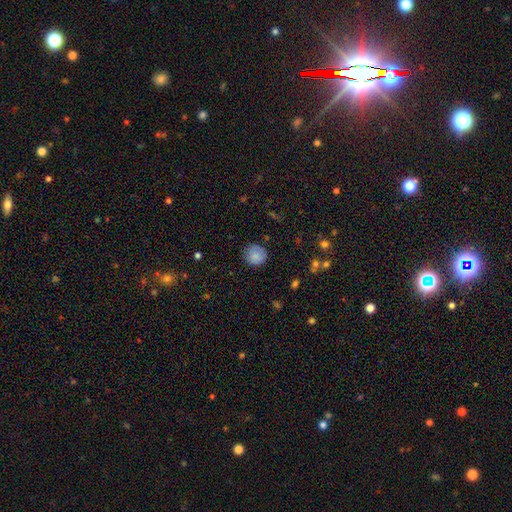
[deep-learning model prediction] smooth_or_featured: smooth (p=0.84) [alt: star or artifact p=0.09]
how_rounded: round (p=0.91) [alt: in between p=0.08]
merging: none (p=0.81) [alt: minor disturbance p=0.15]